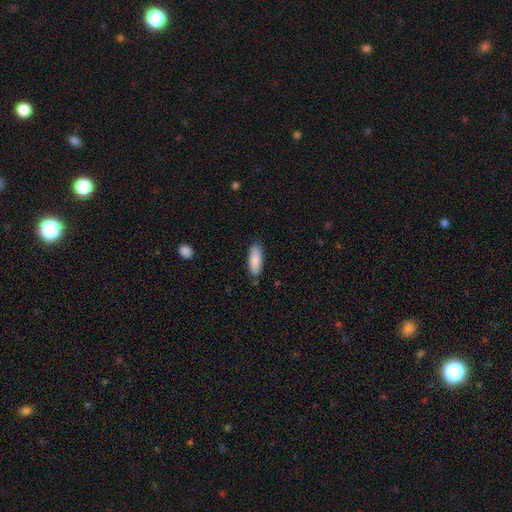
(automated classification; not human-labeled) Smooth or featured? smooth (85%)
How rounded? in between (65%)
Merging? none (84%)